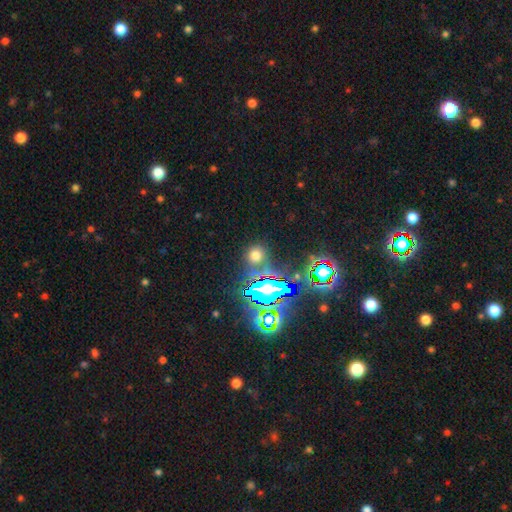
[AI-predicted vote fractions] Morphology: type=smooth (56%); roundness=round (83%); merging=none (79%).